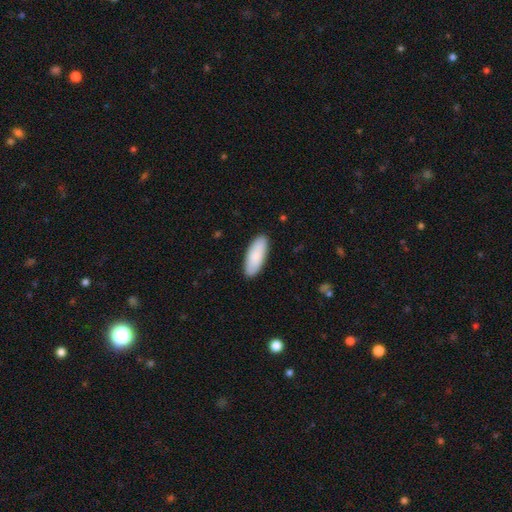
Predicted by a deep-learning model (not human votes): smooth-or-featured: smooth: 87% | featured or disk: 8% | star or artifact: 5%
  how-rounded: in between: 79% | cigar-shaped: 19% | round: 2%
  merging: none: 89% | minor disturbance: 8% | major disturbance: 2% | merger: 1%